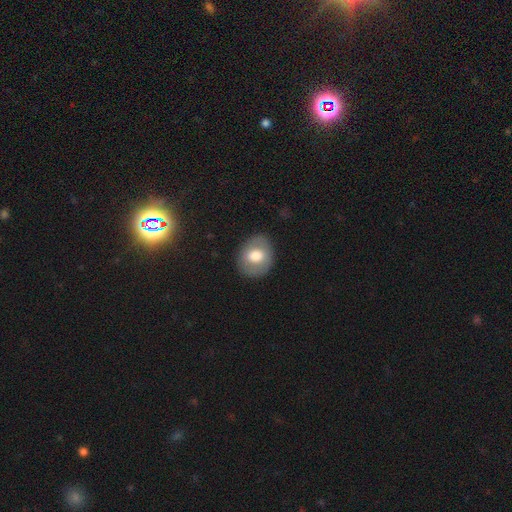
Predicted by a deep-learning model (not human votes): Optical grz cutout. It shows a smooth galaxy with no disk features (65%) that is round (58%). Merging: none (85%).